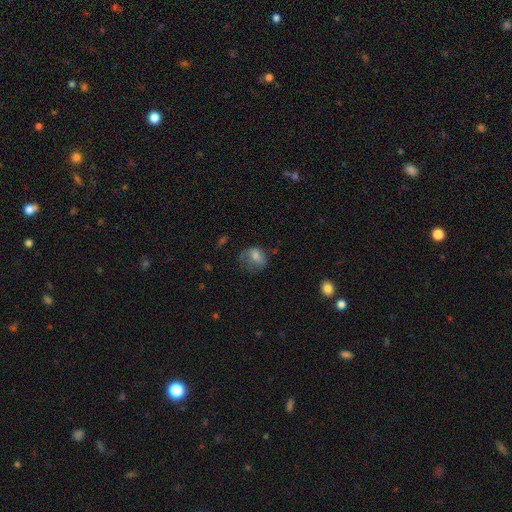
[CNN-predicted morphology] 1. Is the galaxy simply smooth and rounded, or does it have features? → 68% smooth, 22% featured or disk, 11% star or artifact.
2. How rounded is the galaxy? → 54% in between, 45% round, 1% cigar-shaped.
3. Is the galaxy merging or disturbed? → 41% none, 29% minor disturbance, 28% major disturbance, 2% merger.